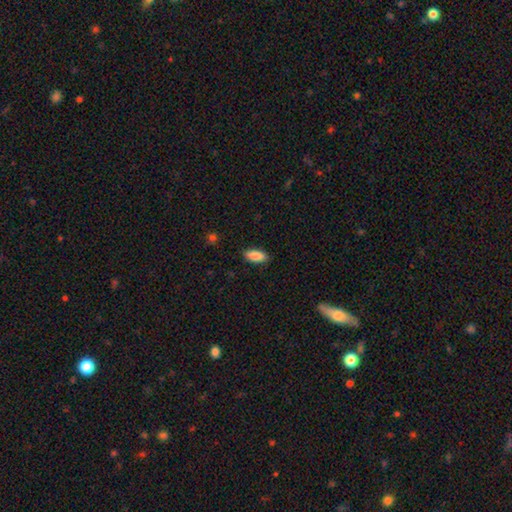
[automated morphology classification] Smooth or featured? Predicted: smooth (p=0.88). How rounded? Predicted: in between (p=0.84). Merging? Predicted: none (p=0.86).